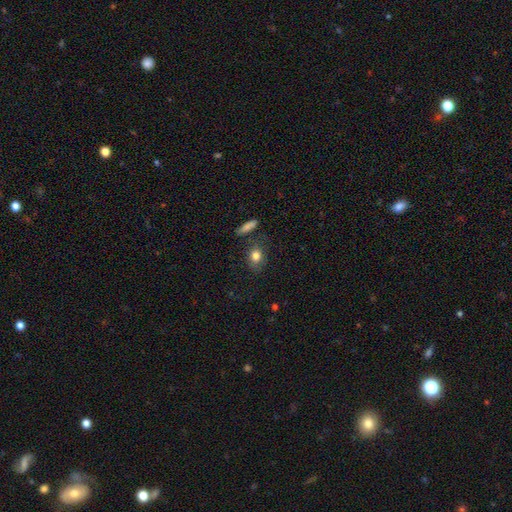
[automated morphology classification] smooth 80%, featured or disk 10%, star or artifact 10%. Down the decision tree: how rounded — in between (51%); merging — none (76%).